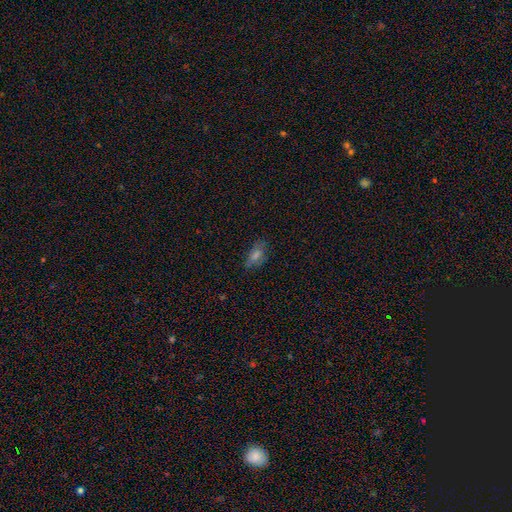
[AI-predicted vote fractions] Smooth or featured: smooth — 59% (star or artifact — 21%)
How rounded: in between — 79% (cigar-shaped — 13%)
Merging: none — 74% (minor disturbance — 19%)